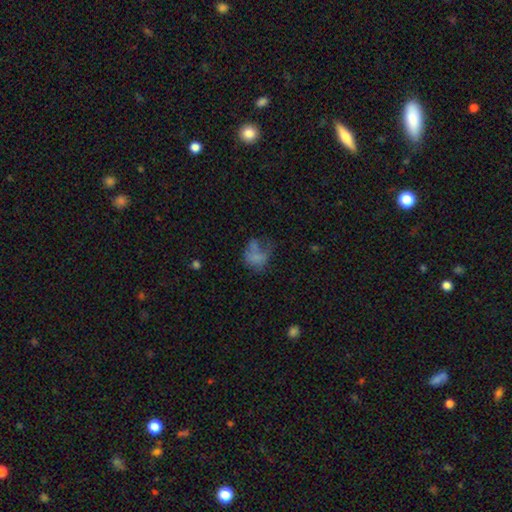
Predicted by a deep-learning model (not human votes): This is possibly a smooth galaxy (60%). How rounded: possibly in between (60%). Merging: marginally major disturbance (37%).